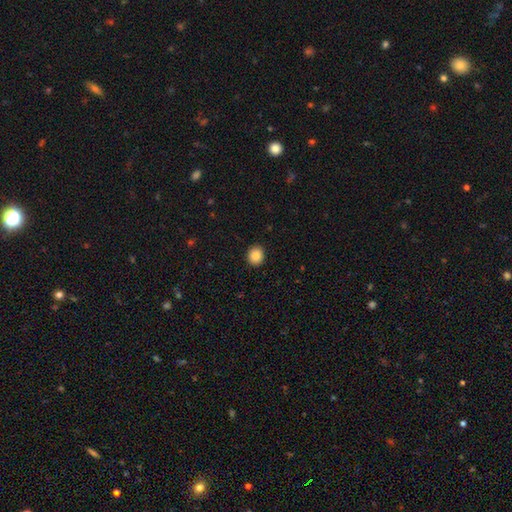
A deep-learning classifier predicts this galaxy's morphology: The model was most divided on "how rounded": round: 81%, in between: 18%, cigar-shaped: 1%. More confident: merging — none (92%); smooth or featured — smooth (86%).